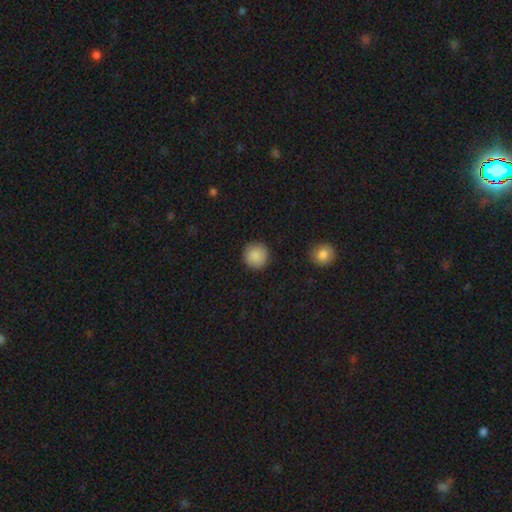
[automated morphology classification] A smooth galaxy with no disk features (89%) that is round (94%).

Vote fractions:
- Smooth or featured? smooth: 89% / star or artifact: 8% / featured or disk: 4%
- How rounded? round: 94% / in between: 5% / cigar-shaped: 1%
- Merging? none: 90% / minor disturbance: 7% / major disturbance: 2% / merger: 1%